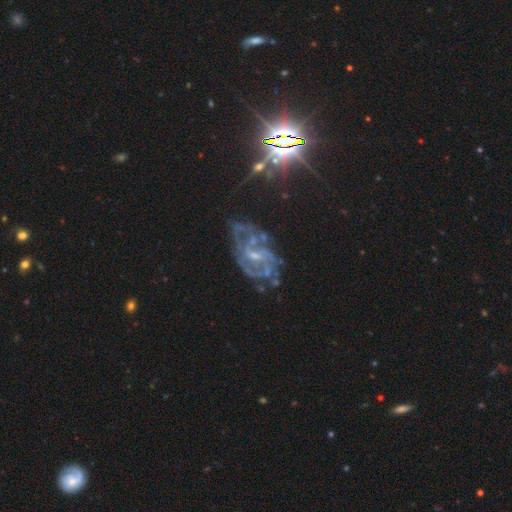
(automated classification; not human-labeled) Smooth or featured? Predicted: featured or disk (p=0.81). Edge-on disk? Predicted: no (p=0.97). Bar? Predicted: weak (p=0.47). Spiral arms? Predicted: yes (p=0.83). Spiral winding? Predicted: medium (p=0.42). Spiral arm count? Predicted: can't tell (p=0.39). Bulge size? Predicted: small (p=0.59). Merging? Predicted: none (p=0.51).